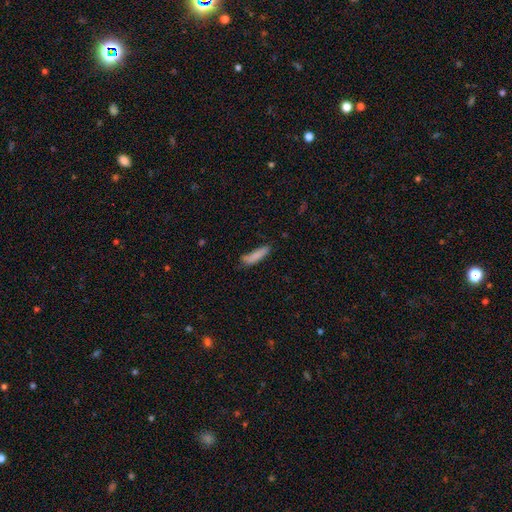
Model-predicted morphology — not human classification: Smooth or featured?
  - smooth: 83% *
  - featured or disk: 9%
  - star or artifact: 7%
How rounded?
  - cigar-shaped: 72% *
  - in between: 27%
  - round: 2%
Merging?
  - none: 62% *
  - minor disturbance: 27%
  - major disturbance: 7%
  - merger: 4%